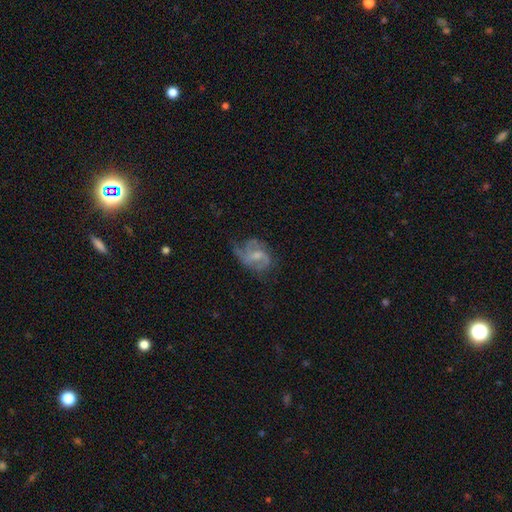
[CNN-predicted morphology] featured or disk 75%, smooth 18%, star or artifact 7%. Down the decision tree: edge-on disk — no (98%); bar — no (48%); spiral arms — yes (88%); spiral arm count — 2 (43%); spiral winding — medium (47%); bulge size — small (48%); merging — none (48%).